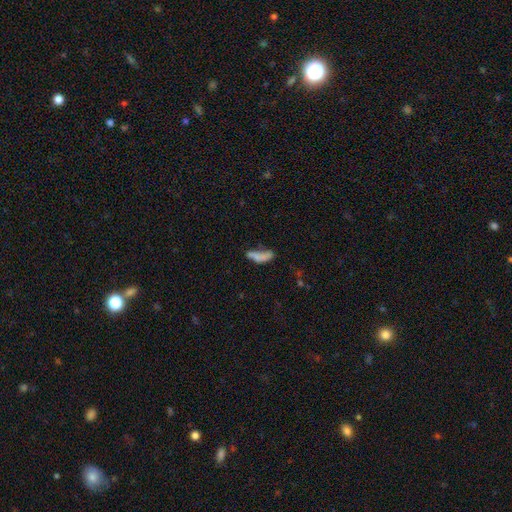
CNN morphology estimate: A smooth galaxy with no disk features (62%) that is in between round and cigar-shaped (64%). Merging: none (30%).